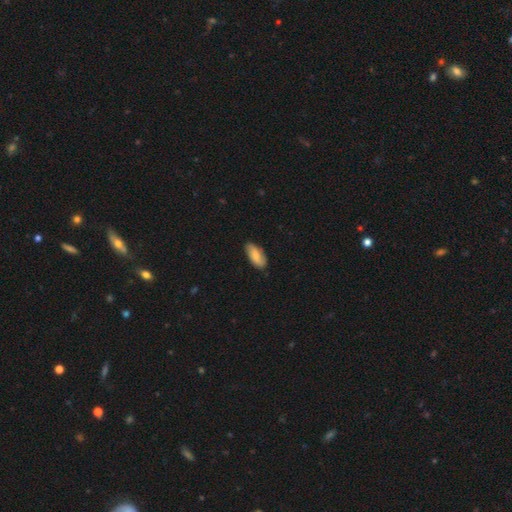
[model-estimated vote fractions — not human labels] Q: Smooth or featured?
A: smooth (75%); runner-up: featured or disk (19%)
Q: How rounded?
A: in between (88%); runner-up: cigar-shaped (10%)
Q: Merging?
A: none (82%); runner-up: minor disturbance (15%)